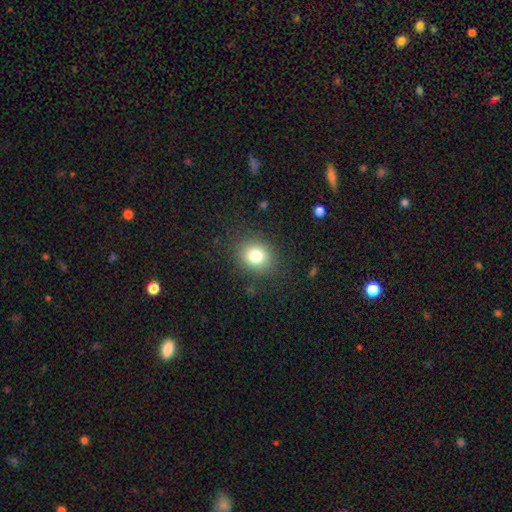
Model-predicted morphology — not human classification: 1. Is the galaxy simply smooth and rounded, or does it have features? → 79% smooth, 12% star or artifact, 9% featured or disk.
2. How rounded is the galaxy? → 74% round, 25% in between, 1% cigar-shaped.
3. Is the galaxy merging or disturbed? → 86% none, 9% minor disturbance, 4% major disturbance, 1% merger.